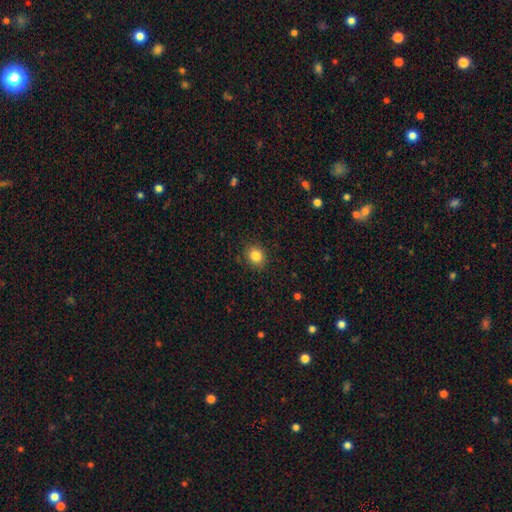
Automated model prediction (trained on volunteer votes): Morphology: type=smooth (84%); roundness=round (73%); merging=none (88%).